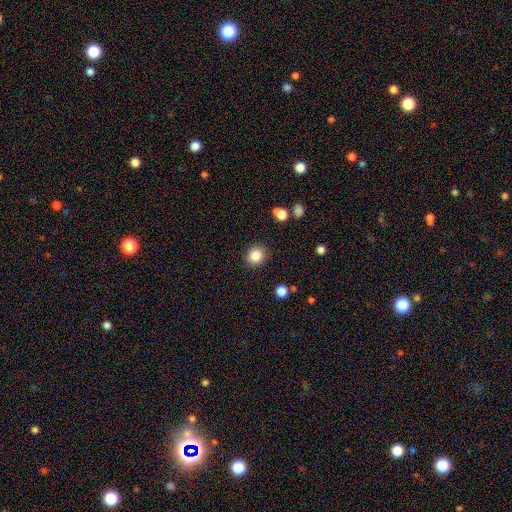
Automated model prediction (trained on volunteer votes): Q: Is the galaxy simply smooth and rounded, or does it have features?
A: smooth — 84%.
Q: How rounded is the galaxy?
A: round — 85%.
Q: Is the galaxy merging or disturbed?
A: none — 90%.